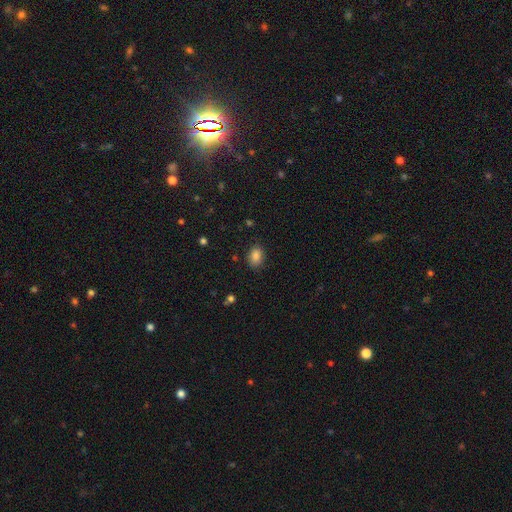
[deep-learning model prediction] Smooth or featured? Predicted: smooth (p=0.85). How rounded? Predicted: in between (p=0.70). Merging? Predicted: none (p=0.84).